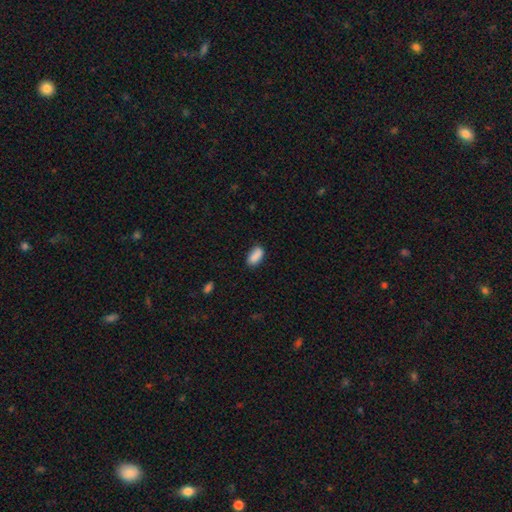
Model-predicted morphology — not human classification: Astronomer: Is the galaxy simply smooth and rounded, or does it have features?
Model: smooth — 88%.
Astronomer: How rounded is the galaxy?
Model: in between — 89%.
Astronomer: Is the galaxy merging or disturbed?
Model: none — 81%.